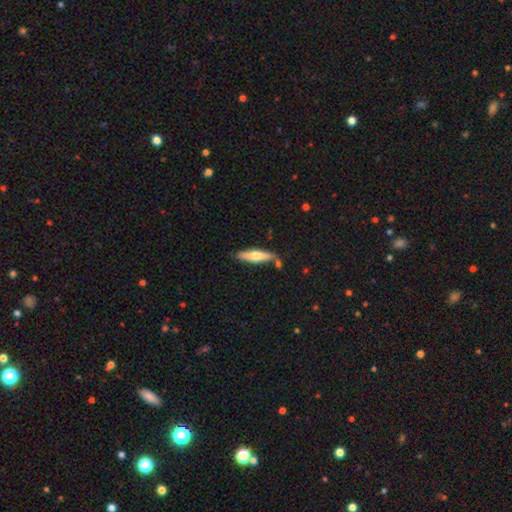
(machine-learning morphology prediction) Overall: smooth (54%; featured or disk 41%). How rounded: cigar-shaped (77%). Merging: none (75%).